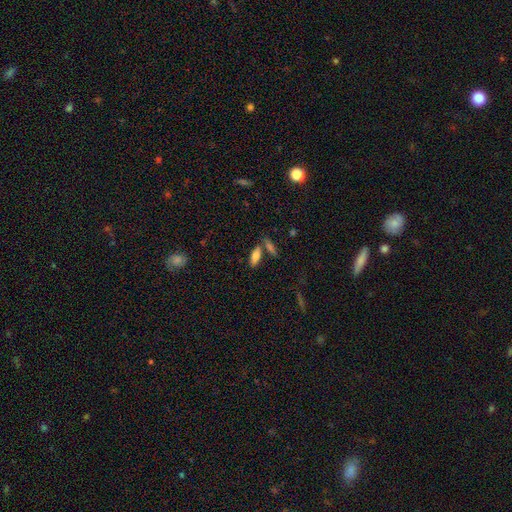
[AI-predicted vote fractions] This is likely a smooth galaxy (74%). How rounded: likely in between (65%). Merging: likely none (69%).